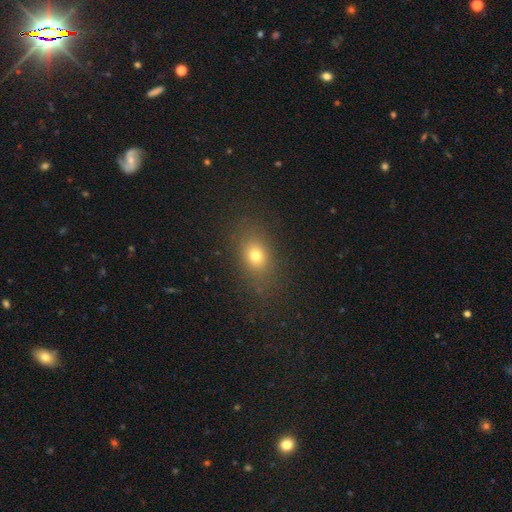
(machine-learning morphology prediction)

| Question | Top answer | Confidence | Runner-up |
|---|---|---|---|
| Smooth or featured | smooth | 73% | star or artifact (16%) |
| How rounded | in between | 65% | round (32%) |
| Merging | none | 82% | minor disturbance (11%) |